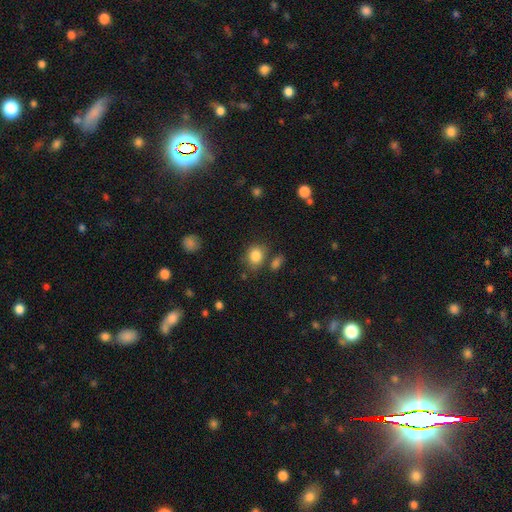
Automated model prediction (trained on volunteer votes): Smooth or featured? smooth (85%)
How rounded? round (62%)
Merging? none (68%)